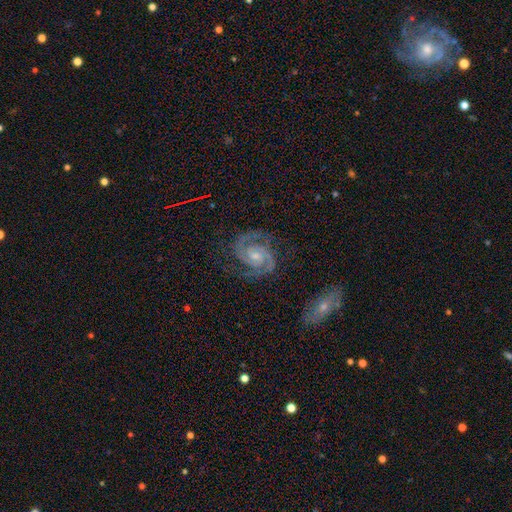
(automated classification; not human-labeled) smooth-or-featured: featured or disk: 92% | star or artifact: 5% | smooth: 3%
  disk-edge-on: no: 98% | yes: 2%
    bar: no: 53% | weak: 36% | strong: 11%
    has-spiral-arms: yes: 99% | no: 1%
      spiral-winding: tight: 54% | medium: 41% | loose: 5%
      spiral-arm-count: 2: 92% | 3: 3% | can't tell: 2% | 1: 1% | 4: 1% | more than 4: 1%
    bulge-size: small: 53% | moderate: 39% | none: 5% | large: 2% | dominant: 1%
  merging: none: 81% | minor disturbance: 14% | major disturbance: 4% | merger: 2%